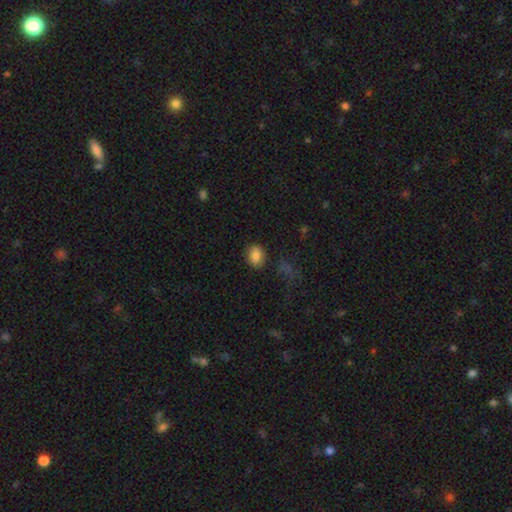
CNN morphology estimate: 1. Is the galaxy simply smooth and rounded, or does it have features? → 84% smooth, 10% star or artifact, 6% featured or disk.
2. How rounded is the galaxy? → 63% in between, 36% round, 1% cigar-shaped.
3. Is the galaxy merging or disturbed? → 83% none, 11% minor disturbance, 3% major disturbance, 2% merger.